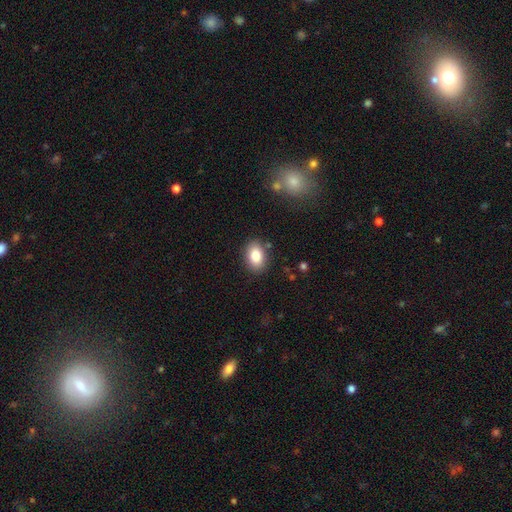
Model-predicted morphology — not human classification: A smooth galaxy with no disk features (85%) that is in between round and cigar-shaped (84%).

Vote fractions:
- Smooth or featured? smooth: 85% / star or artifact: 8% / featured or disk: 7%
- How rounded? in between: 84% / round: 15% / cigar-shaped: 1%
- Merging? none: 84% / minor disturbance: 11% / major disturbance: 3% / merger: 2%